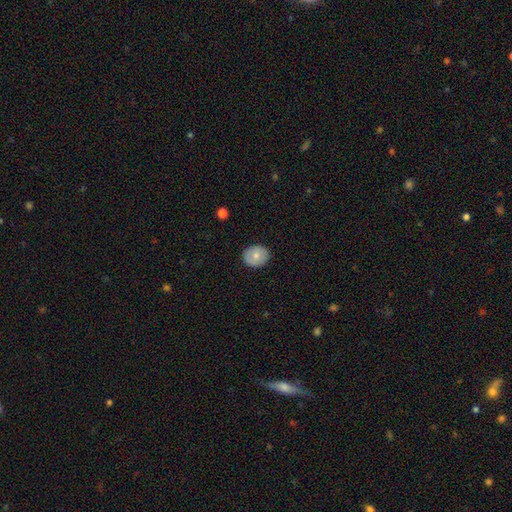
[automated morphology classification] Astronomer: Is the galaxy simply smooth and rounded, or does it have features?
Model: smooth — 68%.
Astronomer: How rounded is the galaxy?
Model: round — 65%.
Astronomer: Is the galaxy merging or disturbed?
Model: none — 86%.